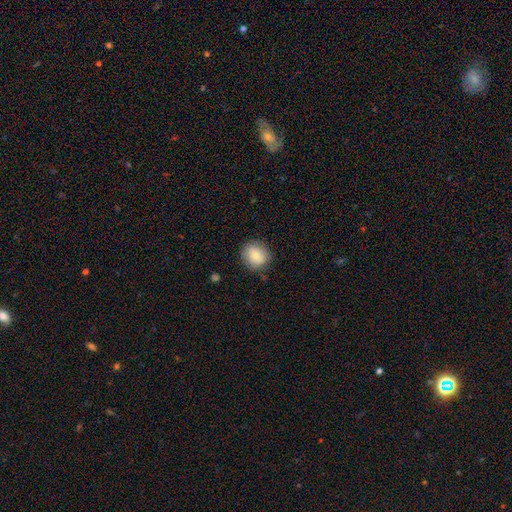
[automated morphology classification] A smooth galaxy with no disk features (84%) that is round (80%). Merging: none (84%).